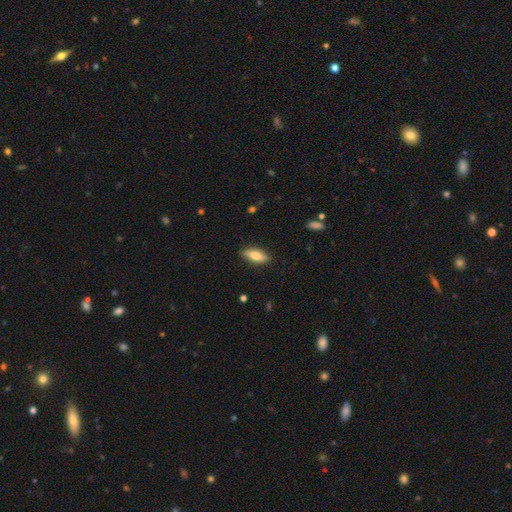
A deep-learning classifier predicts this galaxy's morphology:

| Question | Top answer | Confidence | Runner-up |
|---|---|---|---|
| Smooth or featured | smooth | 75% | featured or disk (18%) |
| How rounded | in between | 67% | cigar-shaped (30%) |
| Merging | none | 86% | minor disturbance (10%) |